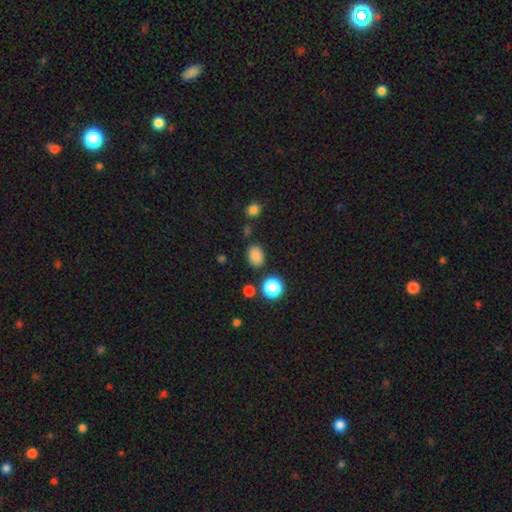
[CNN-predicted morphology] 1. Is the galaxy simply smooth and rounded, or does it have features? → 84% smooth, 13% star or artifact, 4% featured or disk.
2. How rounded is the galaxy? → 64% in between, 35% round, 1% cigar-shaped.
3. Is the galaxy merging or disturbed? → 80% none, 12% minor disturbance, 4% merger, 4% major disturbance.